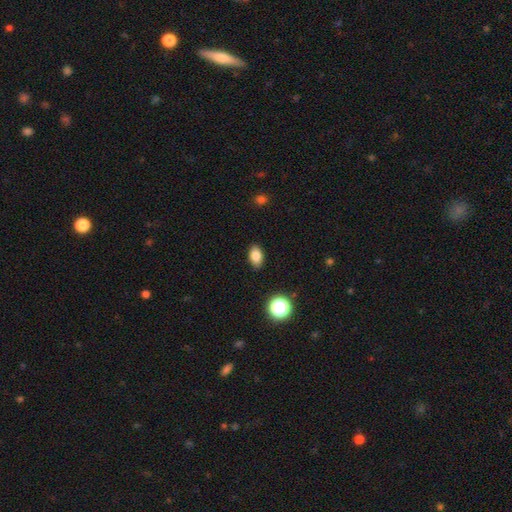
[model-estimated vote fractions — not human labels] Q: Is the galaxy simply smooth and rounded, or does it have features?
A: smooth — 83%.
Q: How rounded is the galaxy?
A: in between — 86%.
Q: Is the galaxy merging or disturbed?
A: none — 87%.